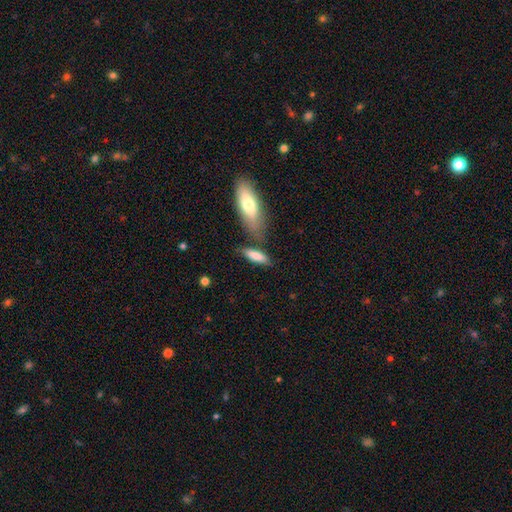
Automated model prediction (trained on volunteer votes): smooth-or-featured: smooth: 81% | featured or disk: 13% | star or artifact: 6%
  how-rounded: cigar-shaped: 49% | in between: 48% | round: 3%
  merging: none: 61% | merger: 17% | minor disturbance: 17% | major disturbance: 6%